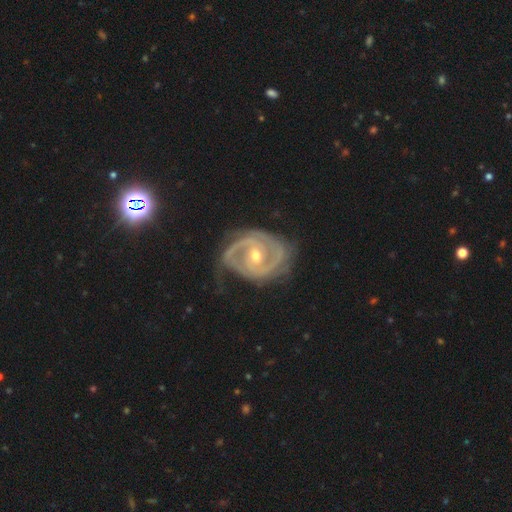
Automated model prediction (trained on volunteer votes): Morphology: type=featured or disk (91%); edge-on=no (97%); bar=no (48%); spiral arms=yes (97%); winding=tight (61%); arm count=2 (68%); bulge=moderate (60%); merging=none (64%).